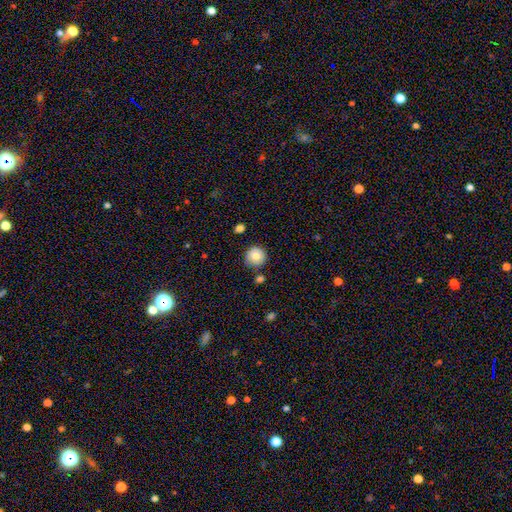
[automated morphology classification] Smooth or featured? smooth (79%)
How rounded? round (95%)
Merging? none (84%)